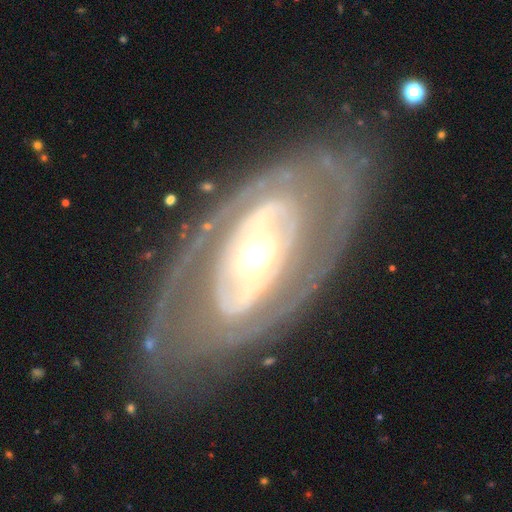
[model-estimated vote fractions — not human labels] A featured or disk galaxy (82%) with no bar (59%), spiral arms (51%) and a moderate central bulge (60%). Merging: none (77%).